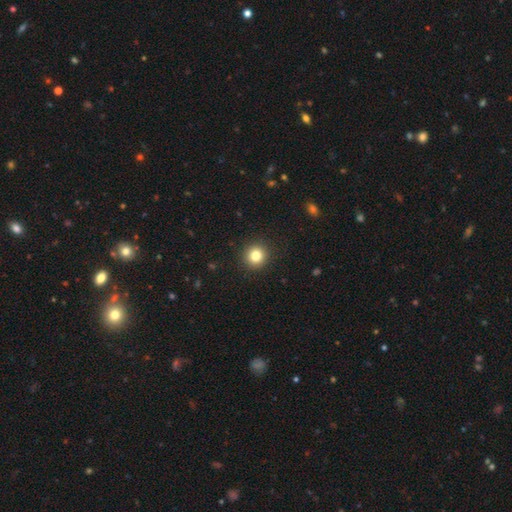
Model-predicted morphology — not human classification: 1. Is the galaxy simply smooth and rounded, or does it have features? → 81% smooth, 12% star or artifact, 7% featured or disk.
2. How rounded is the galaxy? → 93% round, 6% in between, 1% cigar-shaped.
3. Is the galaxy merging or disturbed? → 92% none, 5% minor disturbance, 2% major disturbance, 1% merger.